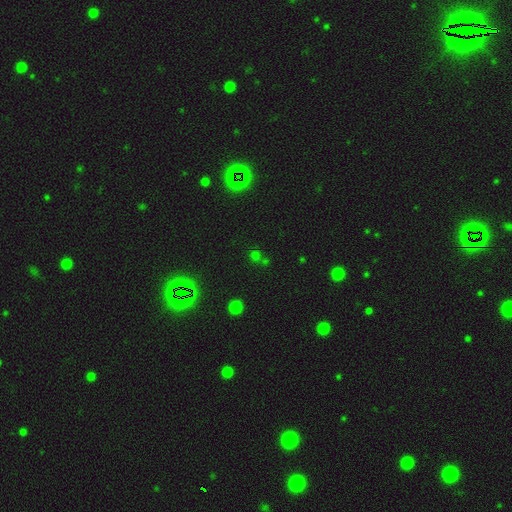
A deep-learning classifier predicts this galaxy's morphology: This is possibly a star or artifact rather than a galaxy (53%).